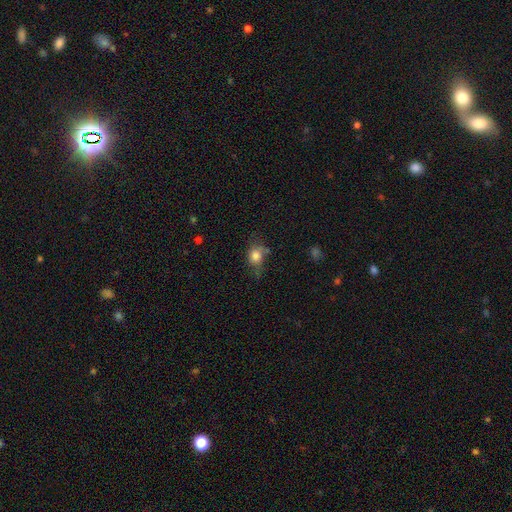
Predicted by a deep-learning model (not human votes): A smooth galaxy with no disk features (77%) that is round (58%). Merging: none (44%).